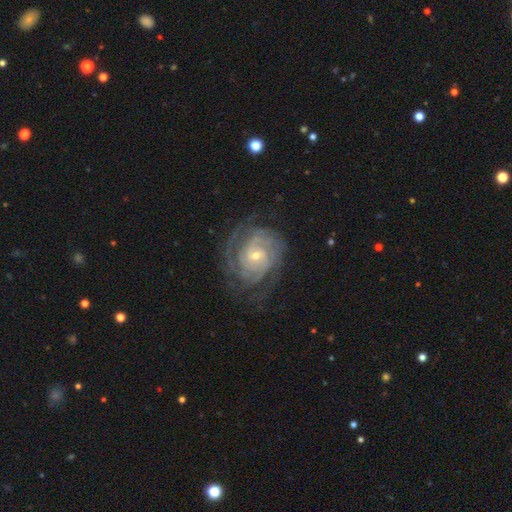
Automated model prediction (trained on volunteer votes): smooth-or-featured: featured or disk: 90% | star or artifact: 5% | smooth: 5%
  disk-edge-on: no: 97% | yes: 3%
    bar: no: 58% | weak: 33% | strong: 9%
    has-spiral-arms: yes: 98% | no: 2%
      spiral-winding: tight: 78% | medium: 19% | loose: 3%
      spiral-arm-count: can't tell: 26% | 3: 20% | 2: 19% | 4: 19% | more than 4: 8% | 1: 7%
    bulge-size: small: 67% | moderate: 30% | large: 1% | none: 1% | dominant: 1%
  merging: none: 73% | minor disturbance: 17% | major disturbance: 9% | merger: 1%